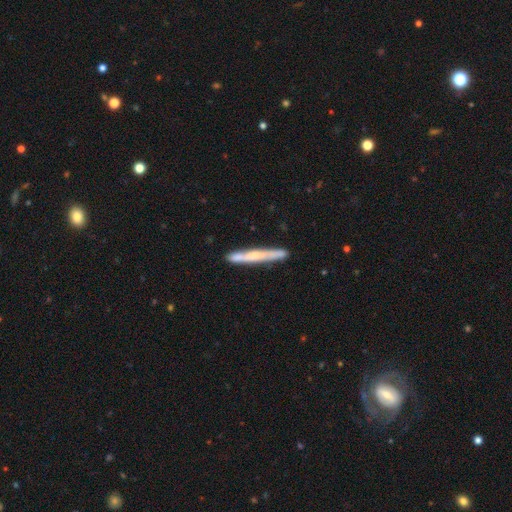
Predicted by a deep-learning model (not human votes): Q: Smooth or featured?
A: smooth (48%); runner-up: featured or disk (46%)
Q: Merging?
A: none (82%); runner-up: minor disturbance (12%)